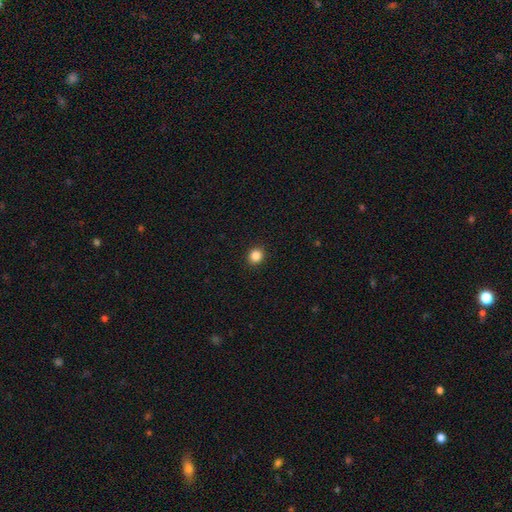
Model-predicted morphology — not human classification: Smooth or featured? smooth (86%)
How rounded? round (84%)
Merging? none (93%)